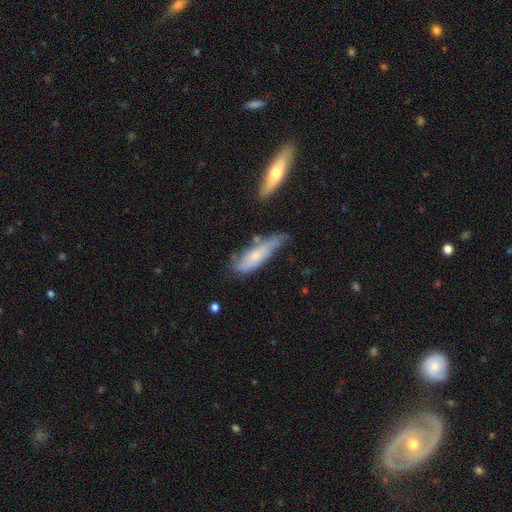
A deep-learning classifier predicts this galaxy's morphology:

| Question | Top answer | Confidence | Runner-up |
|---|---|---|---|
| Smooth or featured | smooth | 61% | featured or disk (32%) |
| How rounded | cigar-shaped | 54% | in between (44%) |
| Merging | none | 42% | minor disturbance (37%) |